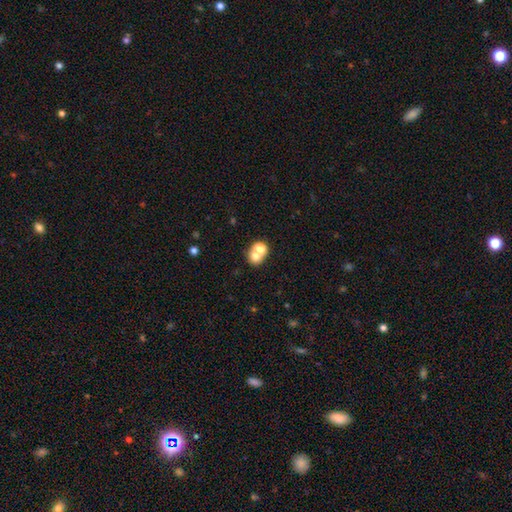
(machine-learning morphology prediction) This is likely a smooth galaxy (69%). How rounded: likely round (68%). Merging: possibly merger (59%).